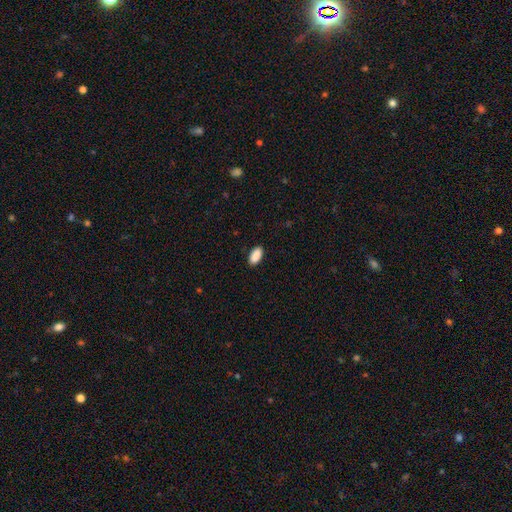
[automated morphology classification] Smooth or featured? smooth (91%)
How rounded? in between (94%)
Merging? none (89%)